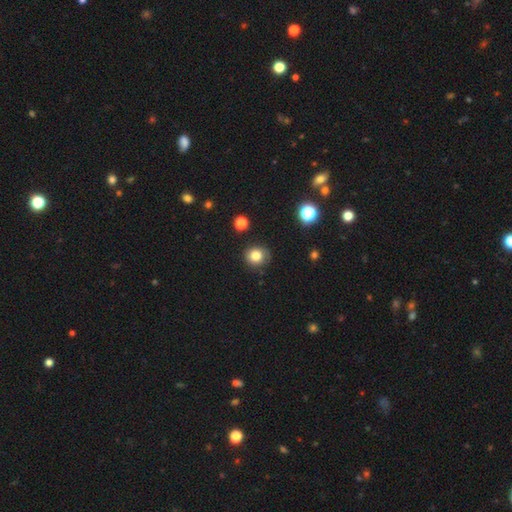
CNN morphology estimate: This is clearly a smooth galaxy (81%). How rounded: clearly round (86%). Merging: clearly none (82%).